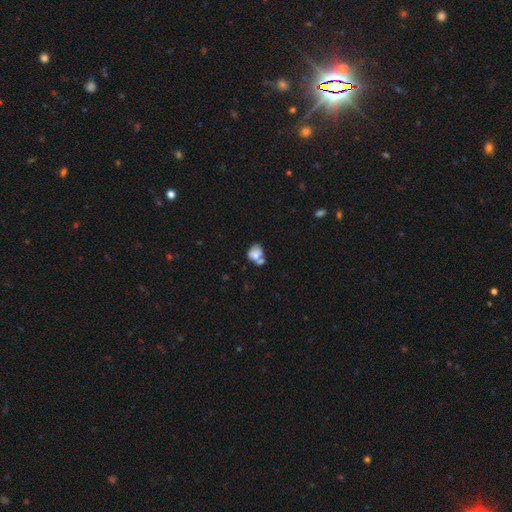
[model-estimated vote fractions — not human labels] Smooth or featured? Predicted: smooth (p=0.68). How rounded? Predicted: round (p=0.51). Merging? Predicted: merger (p=0.46).